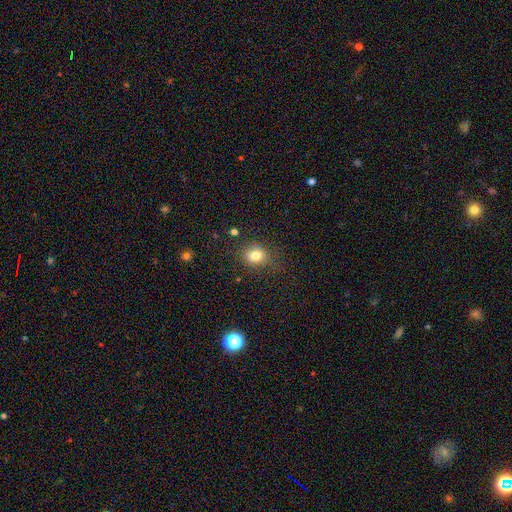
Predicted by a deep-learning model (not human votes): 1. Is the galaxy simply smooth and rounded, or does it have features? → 80% smooth, 13% star or artifact, 7% featured or disk.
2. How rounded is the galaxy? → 63% round, 36% in between, 1% cigar-shaped.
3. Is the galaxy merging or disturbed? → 78% none, 15% minor disturbance, 5% major disturbance, 2% merger.